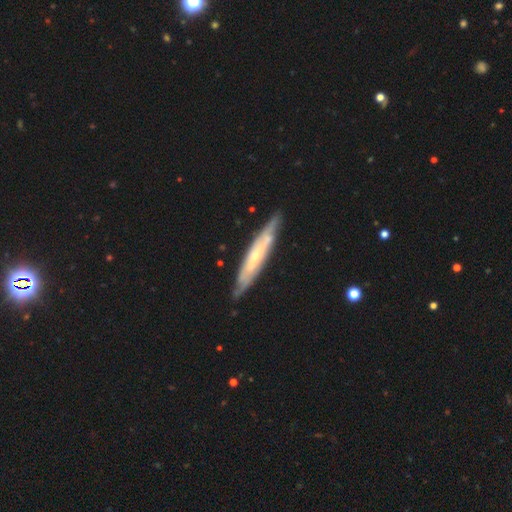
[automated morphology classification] smooth_or_featured: featured or disk (p=0.68) [alt: smooth p=0.26]
disk_edge_on: yes (p=0.64) [alt: no p=0.36]
merging: none (p=0.81) [alt: minor disturbance p=0.15]